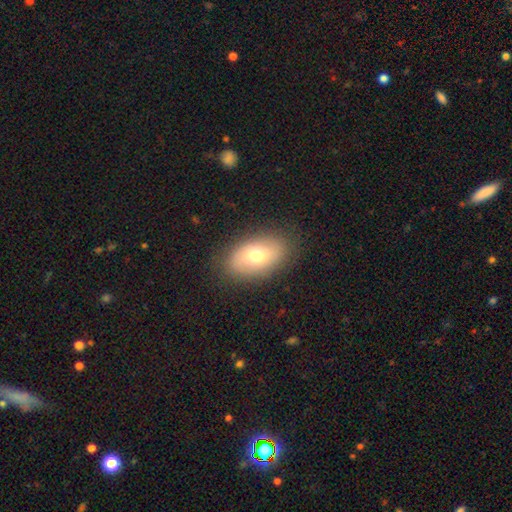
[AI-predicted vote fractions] A smooth galaxy with no disk features (68%) that is in between round and cigar-shaped (89%). Merging: none (85%).